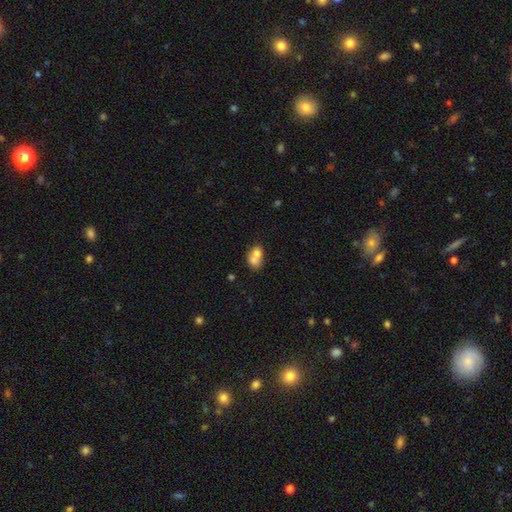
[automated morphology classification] type=smooth (69%); roundness=in between (54%); merging=merger (67%).